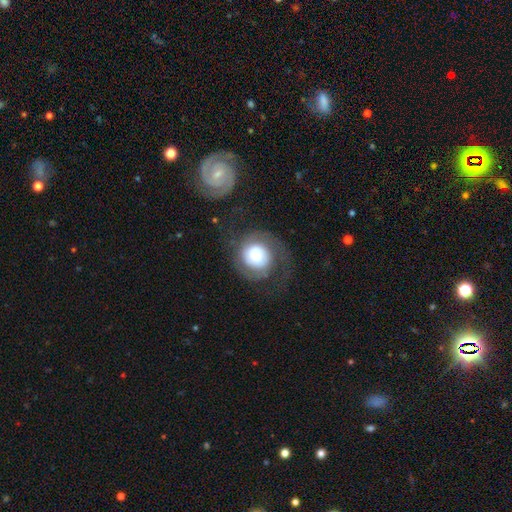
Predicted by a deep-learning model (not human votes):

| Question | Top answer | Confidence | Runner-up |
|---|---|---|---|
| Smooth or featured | featured or disk | 53% | smooth (38%) |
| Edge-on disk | no | 97% | yes (3%) |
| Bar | no | 74% | weak (20%) |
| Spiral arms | yes | 81% | no (19%) |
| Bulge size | large | 34% | moderate (26%) |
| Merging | none | 55% | major disturbance (25%) |